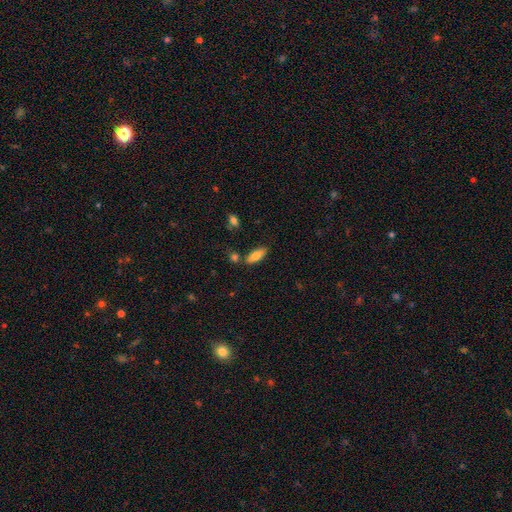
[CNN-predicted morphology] smooth-or-featured: smooth: 75% | featured or disk: 18% | star or artifact: 7%
  how-rounded: in between: 69% | cigar-shaped: 29% | round: 2%
  merging: none: 77% | minor disturbance: 12% | merger: 8% | major disturbance: 3%